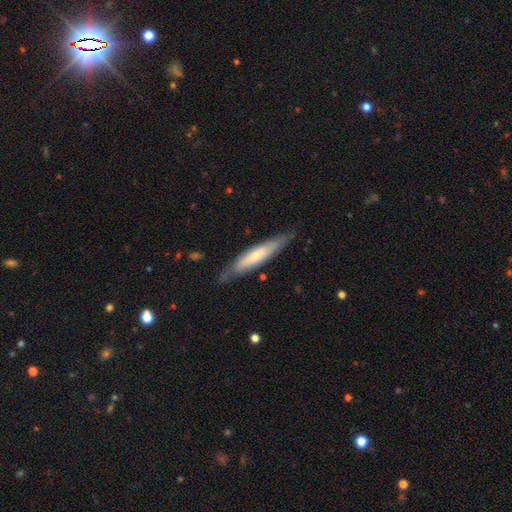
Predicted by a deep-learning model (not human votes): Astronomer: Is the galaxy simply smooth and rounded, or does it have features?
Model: smooth — 52% (runner-up: featured or disk, 43%).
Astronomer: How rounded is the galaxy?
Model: cigar-shaped — 85%.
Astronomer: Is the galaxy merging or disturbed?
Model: none — 80%.